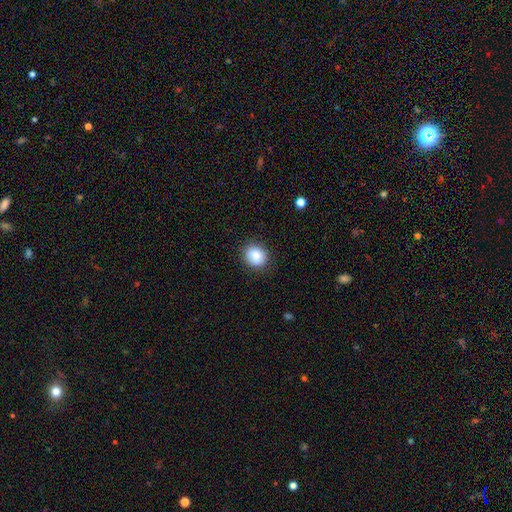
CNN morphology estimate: Smooth or featured? smooth (87%)
How rounded? round (70%)
Merging? none (87%)